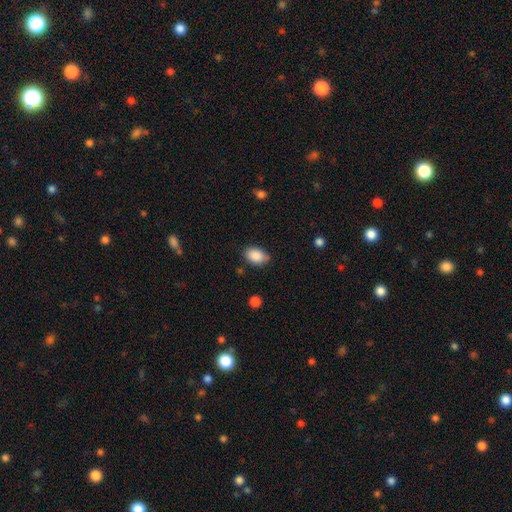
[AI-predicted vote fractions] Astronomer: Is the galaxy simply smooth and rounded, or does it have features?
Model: smooth — 88%.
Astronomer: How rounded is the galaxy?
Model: in between — 87%.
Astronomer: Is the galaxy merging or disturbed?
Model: none — 78%.